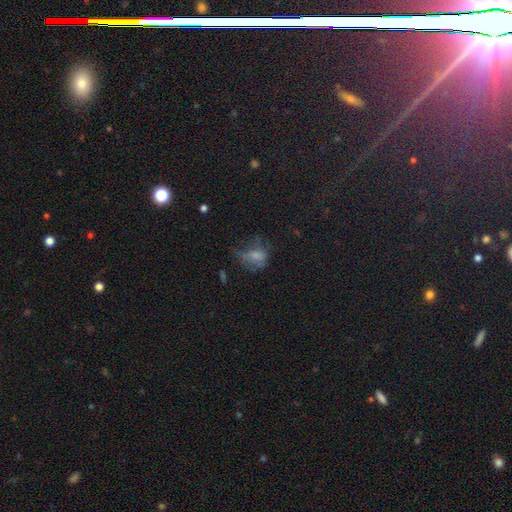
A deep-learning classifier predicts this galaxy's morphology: A smooth galaxy with no disk features (56%) that is in between round and cigar-shaped (59%). Merging: major disturbance (40%).